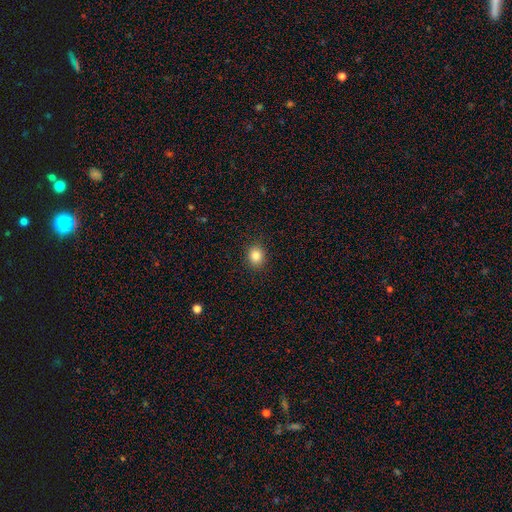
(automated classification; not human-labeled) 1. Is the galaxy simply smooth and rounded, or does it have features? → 84% smooth, 11% star or artifact, 5% featured or disk.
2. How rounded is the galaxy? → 71% round, 28% in between, 1% cigar-shaped.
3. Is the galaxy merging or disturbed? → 90% none, 7% minor disturbance, 2% major disturbance, 1% merger.